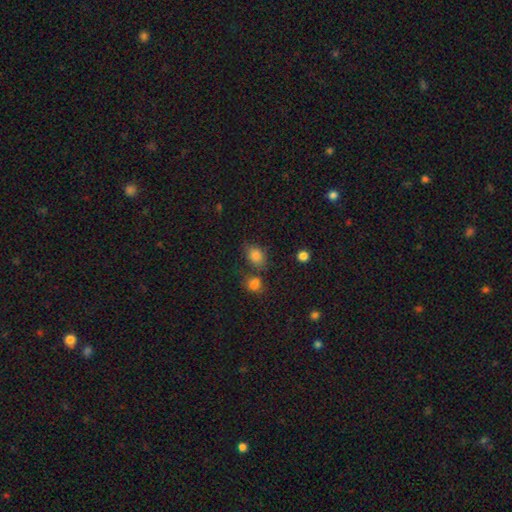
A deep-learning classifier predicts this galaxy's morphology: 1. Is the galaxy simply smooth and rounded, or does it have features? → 82% smooth, 12% star or artifact, 6% featured or disk.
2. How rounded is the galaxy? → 63% in between, 35% round, 1% cigar-shaped.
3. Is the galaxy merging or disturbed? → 62% none, 16% merger, 16% minor disturbance, 6% major disturbance.